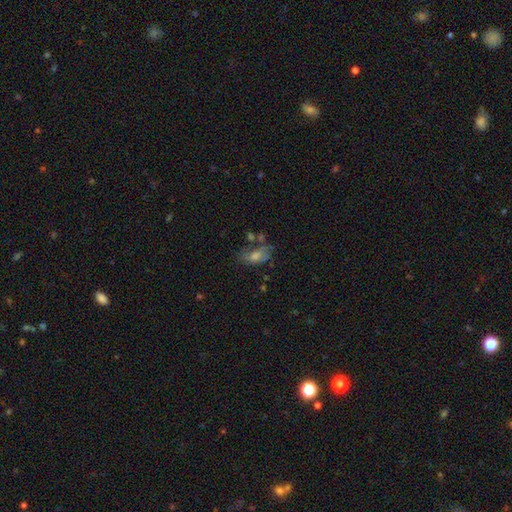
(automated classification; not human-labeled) This is marginally a featured or disk galaxy (40%). Merging: marginally none (44%).